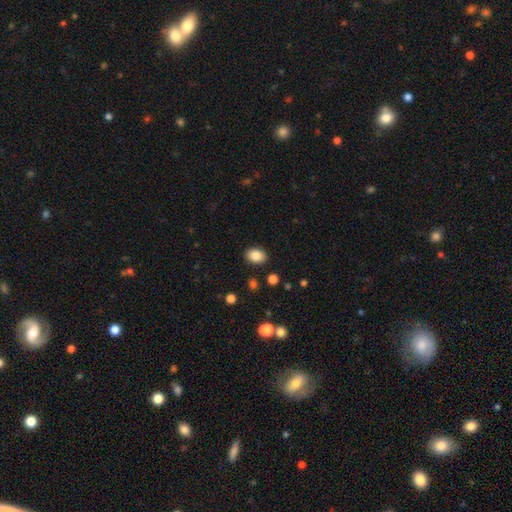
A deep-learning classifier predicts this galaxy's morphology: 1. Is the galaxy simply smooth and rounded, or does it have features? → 85% smooth, 9% star or artifact, 6% featured or disk.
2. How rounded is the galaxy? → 76% in between, 23% round, 1% cigar-shaped.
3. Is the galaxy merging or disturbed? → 88% none, 8% minor disturbance, 2% major disturbance, 1% merger.